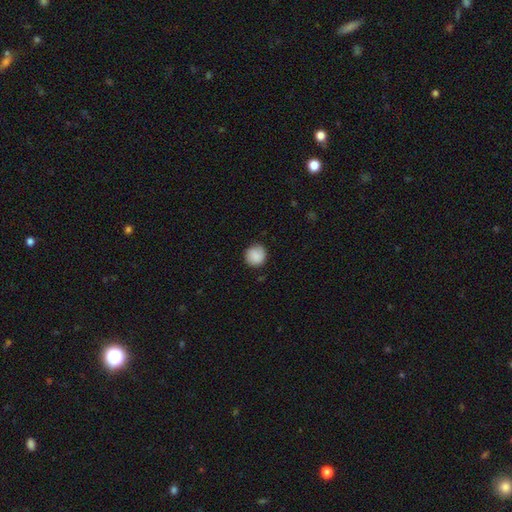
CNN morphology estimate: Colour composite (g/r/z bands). It shows a smooth galaxy with no disk features (88%) that is round (92%). Merging: none (86%).